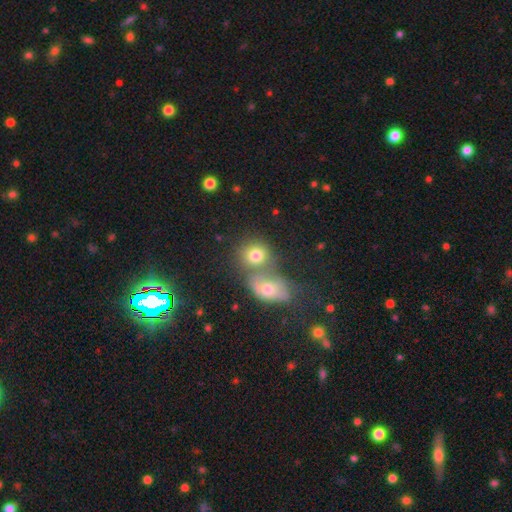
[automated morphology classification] smooth_or_featured: smooth (p=0.73) [alt: featured or disk p=0.16]
how_rounded: round (p=0.70) [alt: in between p=0.29]
merging: merger (p=0.50) [alt: none p=0.36]